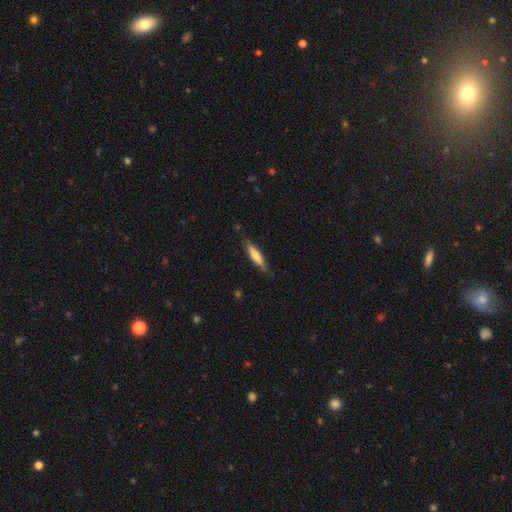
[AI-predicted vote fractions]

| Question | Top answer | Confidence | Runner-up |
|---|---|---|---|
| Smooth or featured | smooth | 66% | featured or disk (28%) |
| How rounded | cigar-shaped | 79% | in between (20%) |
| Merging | none | 79% | minor disturbance (17%) |